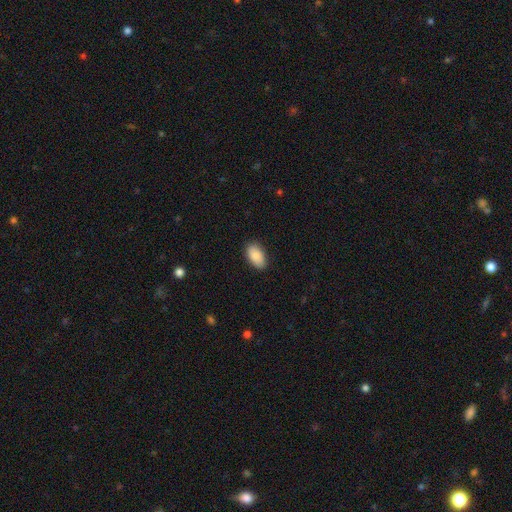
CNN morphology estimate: This appears to be a smooth galaxy with no disk features (88%) that is in between round and cigar-shaped (94%). Merging: none (84%).